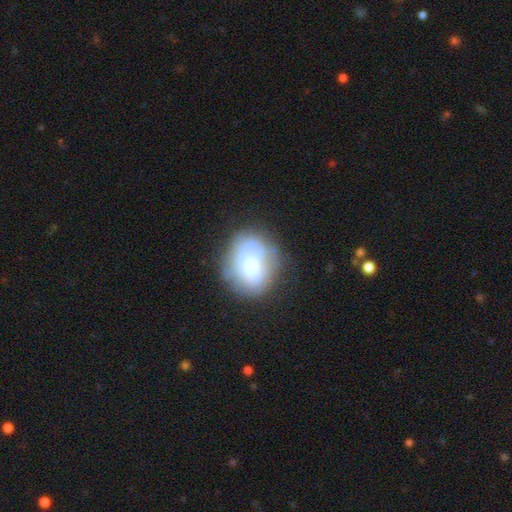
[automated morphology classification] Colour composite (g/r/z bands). It shows a smooth galaxy with no disk features (54%) that is round (53%). Merging: none (60%).